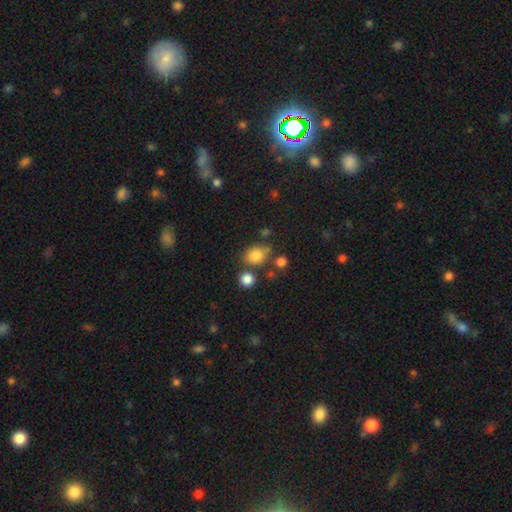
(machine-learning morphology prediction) Smooth or featured: smooth — 81% (star or artifact — 13%)
How rounded: round — 59% (in between — 40%)
Merging: none — 68% (merger — 14%)